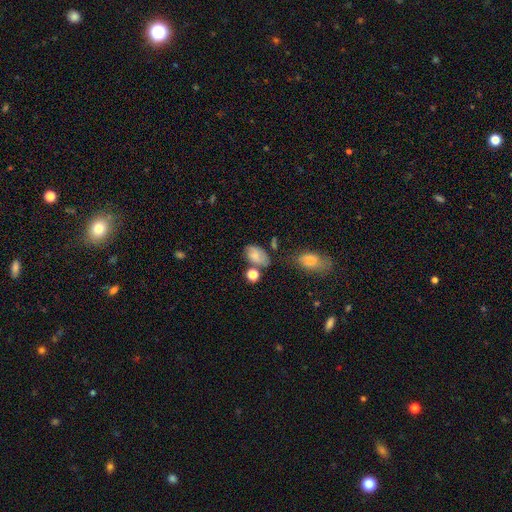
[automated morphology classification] The model was most divided on "merging": none: 55%, minor disturbance: 24%, merger: 12%, major disturbance: 8%. More confident: how rounded — in between (88%); smooth or featured — smooth (72%).